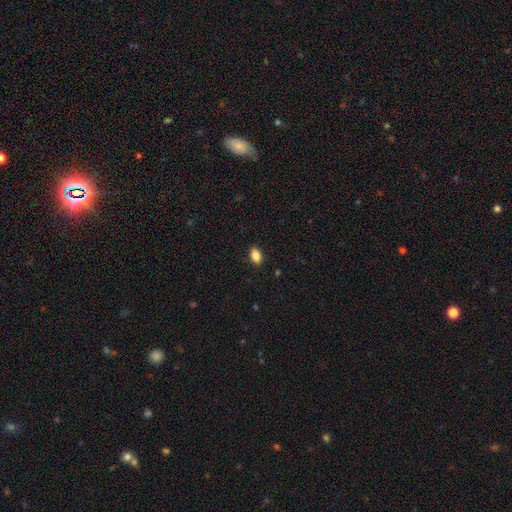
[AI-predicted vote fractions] A smooth galaxy with no disk features (84%) that is in between round and cigar-shaped (87%). Merging: none (89%).